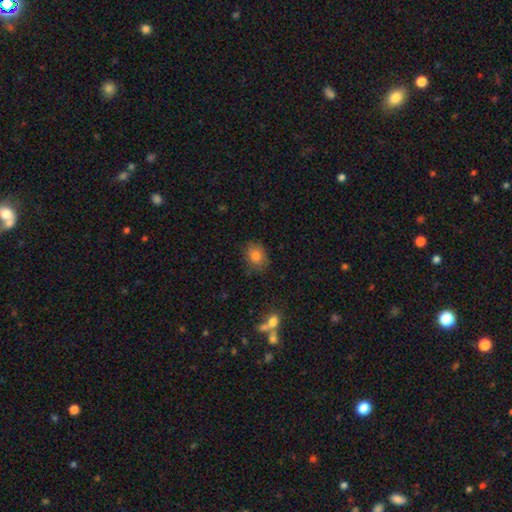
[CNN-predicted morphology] type=smooth (81%); roundness=in between (58%); merging=none (80%).